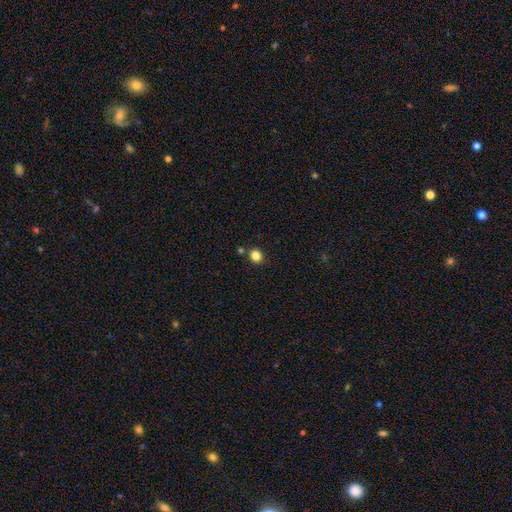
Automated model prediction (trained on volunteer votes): A smooth galaxy with no disk features (83%) that is round (76%).

Vote fractions:
- Smooth or featured? smooth: 83% / star or artifact: 12% / featured or disk: 4%
- How rounded? round: 76% / in between: 23% / cigar-shaped: 1%
- Merging? none: 84% / minor disturbance: 7% / merger: 6% / major disturbance: 2%